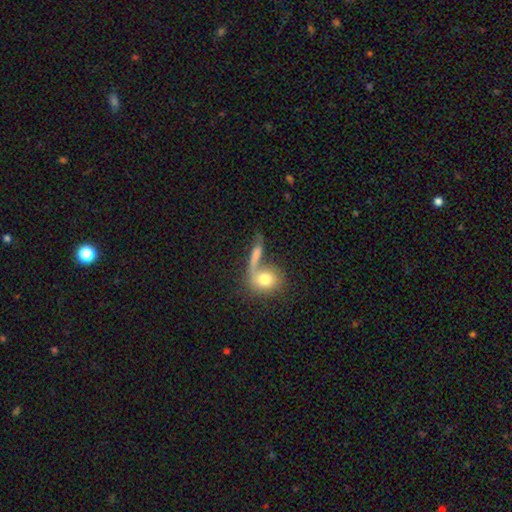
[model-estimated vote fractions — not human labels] The model was most divided on "how rounded": in between: 38%, round: 34%, cigar-shaped: 28%. Remaining: smooth or featured — smooth (64%); merging — merger (42%).